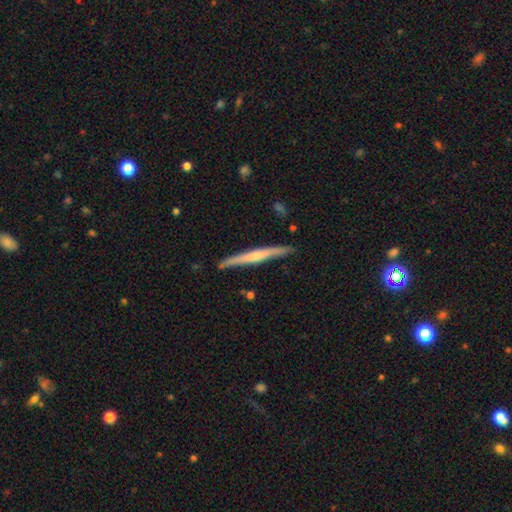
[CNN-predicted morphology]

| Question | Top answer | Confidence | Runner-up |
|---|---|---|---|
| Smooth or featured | featured or disk | 55% | smooth (40%) |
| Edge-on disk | yes | 97% | no (3%) |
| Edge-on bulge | rounded | 48% | none (42%) |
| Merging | none | 88% | minor disturbance (9%) |